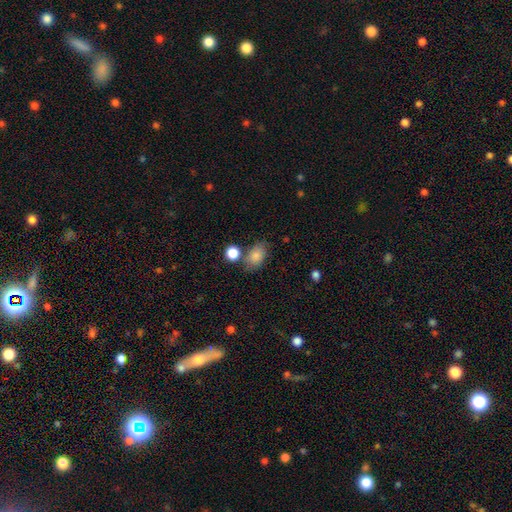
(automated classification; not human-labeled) A smooth galaxy with no disk features (83%) that is in between round and cigar-shaped (83%).

Vote fractions:
- Smooth or featured? smooth: 83% / star or artifact: 9% / featured or disk: 8%
- How rounded? in between: 83% / round: 15% / cigar-shaped: 2%
- Merging? none: 65% / minor disturbance: 17% / merger: 13% / major disturbance: 5%